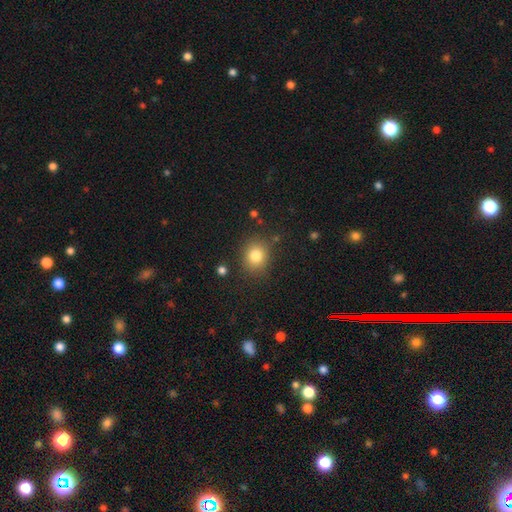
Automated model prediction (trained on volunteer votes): Smooth or featured: smooth — 80% (star or artifact — 12%)
How rounded: round — 72% (in between — 27%)
Merging: none — 83% (minor disturbance — 10%)